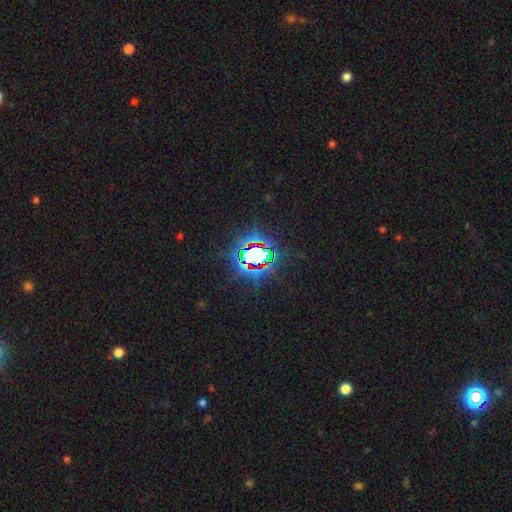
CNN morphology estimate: Overall: star or artifact (74%).